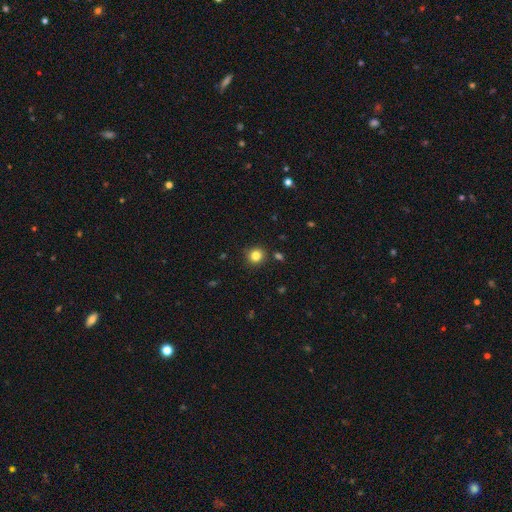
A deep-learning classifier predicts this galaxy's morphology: smooth 83%, star or artifact 12%, featured or disk 5%. Down the decision tree: how rounded — round (91%); merging — none (89%).